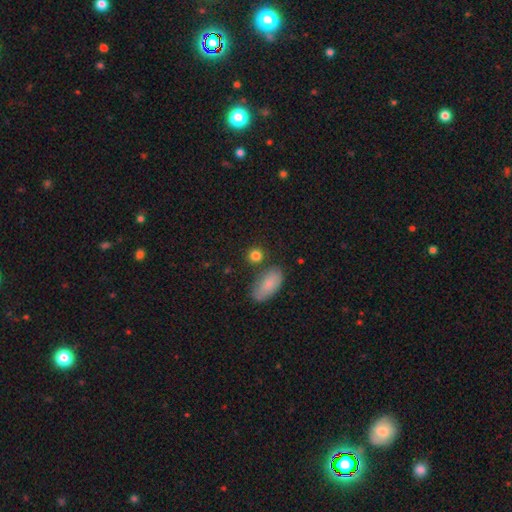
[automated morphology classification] A smooth galaxy with no disk features (84%) that is round (78%).

Vote fractions:
- Smooth or featured? smooth: 84% / star or artifact: 9% / featured or disk: 6%
- How rounded? round: 78% / in between: 20% / cigar-shaped: 2%
- Merging? none: 76% / minor disturbance: 11% / merger: 10% / major disturbance: 4%